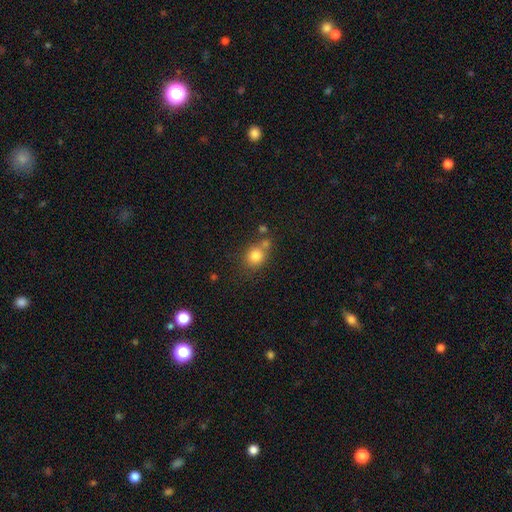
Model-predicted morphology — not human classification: smooth 80%, star or artifact 11%, featured or disk 9%. Down the decision tree: how rounded — round (73%); merging — none (56%).